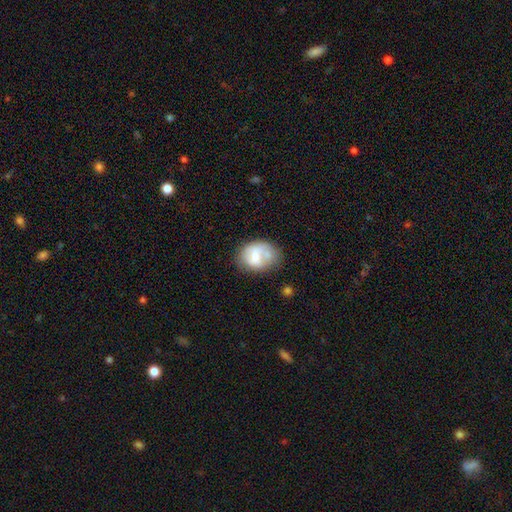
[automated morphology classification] Smooth or featured? smooth (56%)
How rounded? in between (64%)
Merging? none (43%)